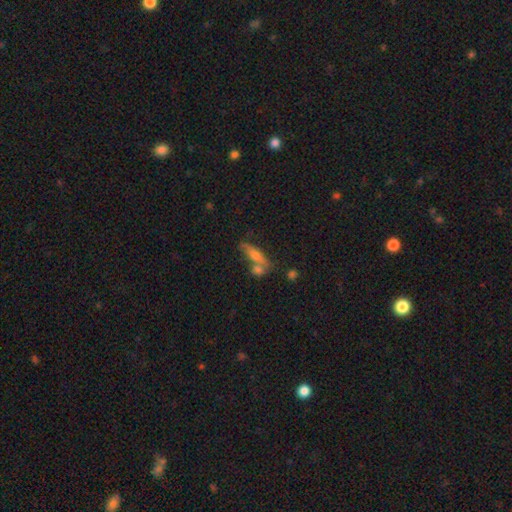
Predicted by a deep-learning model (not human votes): Smooth or featured: smooth — 52% (featured or disk — 37%)
How rounded: cigar-shaped — 60% (in between — 35%)
Merging: none — 51% (merger — 30%)